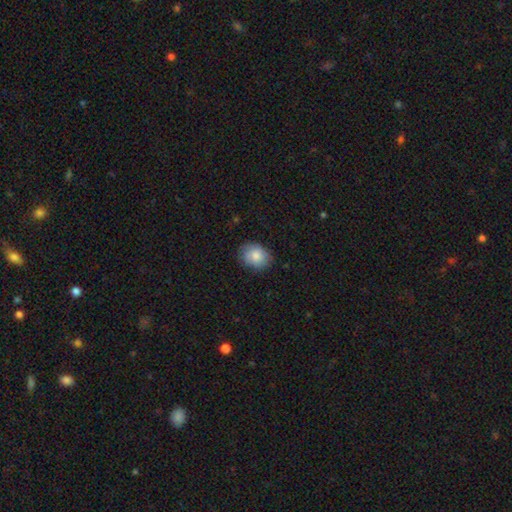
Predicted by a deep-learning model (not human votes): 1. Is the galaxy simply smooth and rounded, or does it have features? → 82% smooth, 11% featured or disk, 7% star or artifact.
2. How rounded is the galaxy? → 52% in between, 47% round, 1% cigar-shaped.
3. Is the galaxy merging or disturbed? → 78% none, 18% minor disturbance, 3% major disturbance, 1% merger.